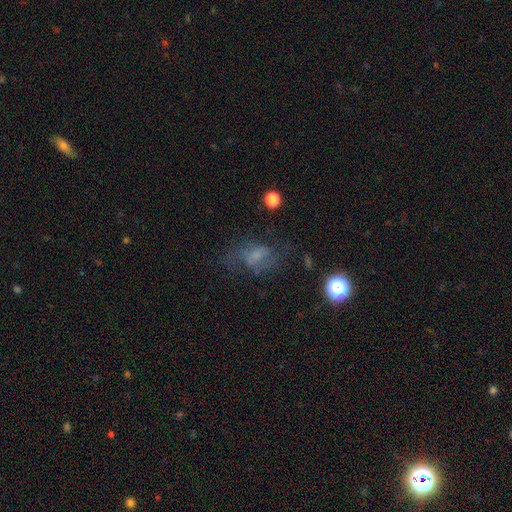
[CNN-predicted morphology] A smooth galaxy with no disk features (42%).

Vote fractions:
- Smooth or featured? smooth: 42% / featured or disk: 39% / star or artifact: 19%
- Merging? none: 48% / major disturbance: 27% / minor disturbance: 22% / merger: 3%